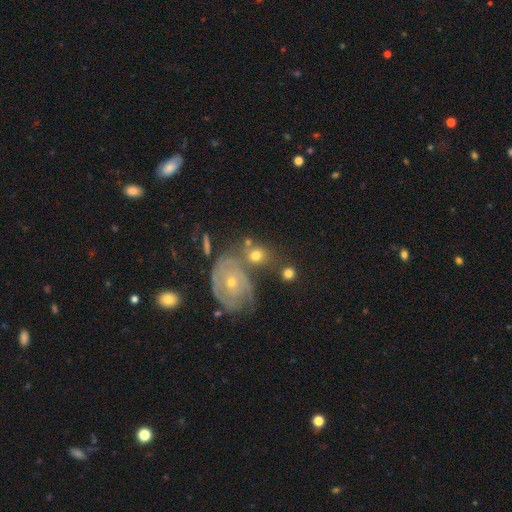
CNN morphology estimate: Smooth or featured? Predicted: featured or disk (p=0.46). Merging? Predicted: none (p=0.52).